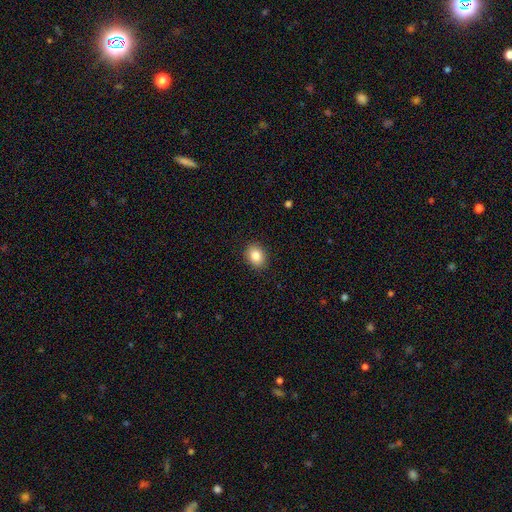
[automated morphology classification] Overall: smooth (86%). How rounded: in between (55%; round 44%). Merging: none (90%).